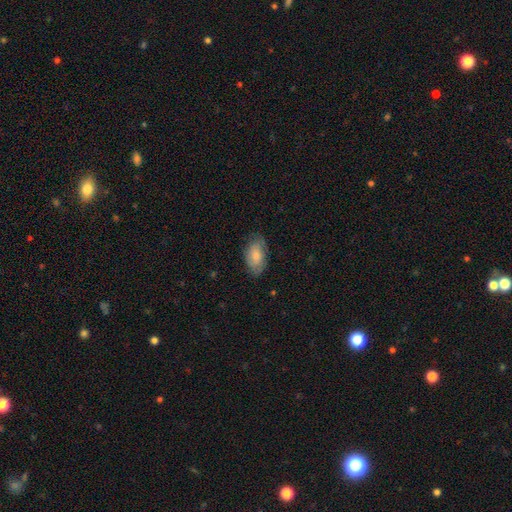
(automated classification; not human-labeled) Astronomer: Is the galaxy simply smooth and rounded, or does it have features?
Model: smooth — 76%.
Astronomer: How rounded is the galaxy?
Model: in between — 93%.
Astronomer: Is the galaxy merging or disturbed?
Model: none — 77%.